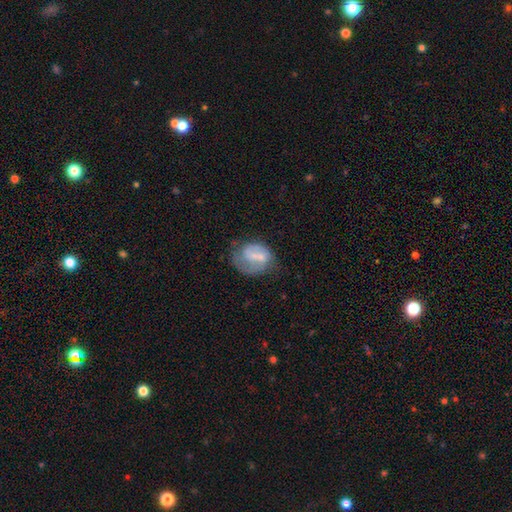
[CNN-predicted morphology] The model was most divided on "bar": weak: 45%, no: 36%, strong: 19%. Remaining: edge-on disk — no (97%); spiral arms — yes (67%); smooth or featured — featured or disk (53%); bulge size — small (43%); merging — none (42%).